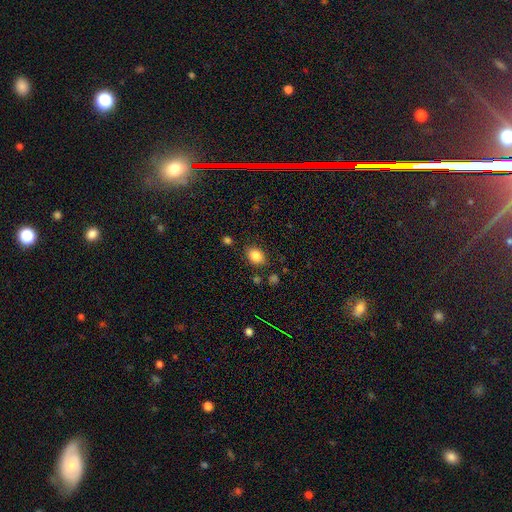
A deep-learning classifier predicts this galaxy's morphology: Q: Smooth or featured?
A: smooth (85%); runner-up: star or artifact (10%)
Q: How rounded?
A: in between (68%); runner-up: round (31%)
Q: Merging?
A: none (81%); runner-up: minor disturbance (12%)